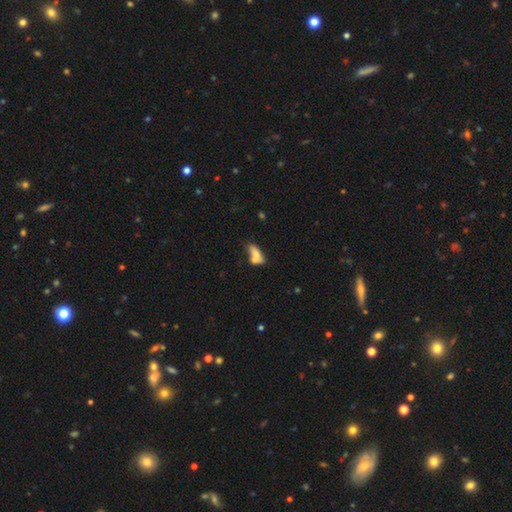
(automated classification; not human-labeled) Q: Smooth or featured?
A: smooth (67%); runner-up: featured or disk (24%)
Q: How rounded?
A: in between (78%); runner-up: cigar-shaped (14%)
Q: Merging?
A: merger (50%); runner-up: none (26%)